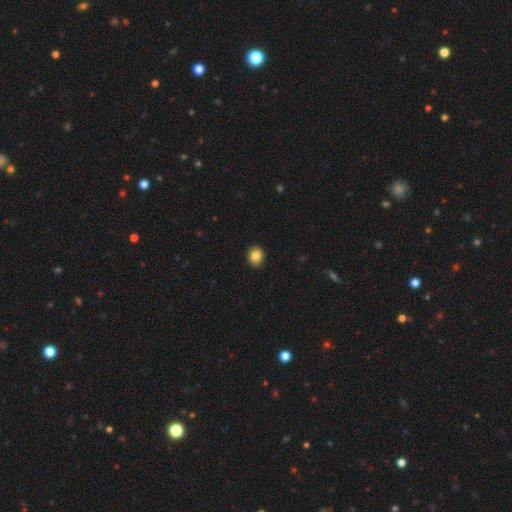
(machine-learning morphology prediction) A smooth galaxy with no disk features (84%) that is round (70%). Merging: none (91%).